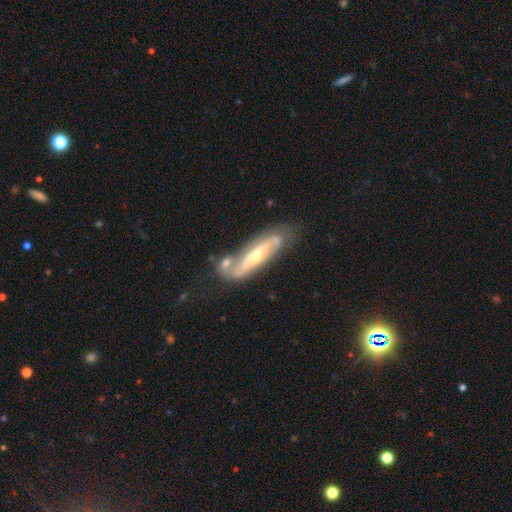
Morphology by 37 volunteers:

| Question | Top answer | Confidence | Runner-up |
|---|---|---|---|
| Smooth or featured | featured or disk | 73% | smooth (22%) |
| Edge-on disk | no | 63% | yes (37%) |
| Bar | no | 47% | weak (29%) |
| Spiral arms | yes | 88% | no (12%) |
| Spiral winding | loose | 40% | tight (33%) |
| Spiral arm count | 2 | 67% | can't tell (20%) |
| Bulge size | moderate | 71% | small (18%) |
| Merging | none | 43% | minor disturbance (29%) |